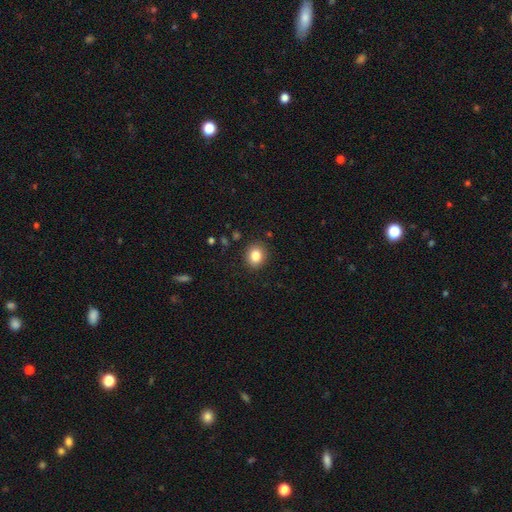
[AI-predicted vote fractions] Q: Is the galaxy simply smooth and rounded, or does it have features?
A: smooth — 84%.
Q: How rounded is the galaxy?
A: round — 67%.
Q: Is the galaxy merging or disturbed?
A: none — 89%.